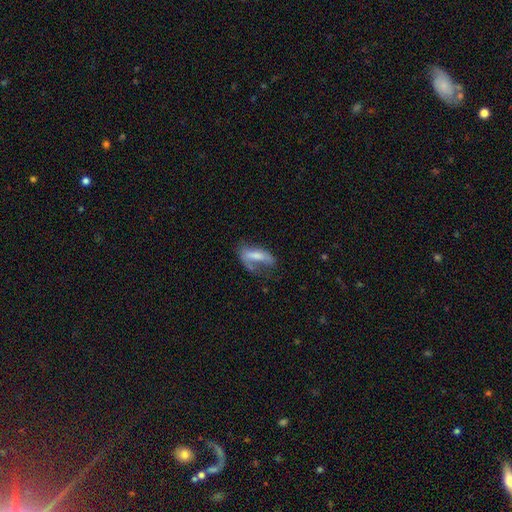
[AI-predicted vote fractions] This is possibly a smooth galaxy (53%). How rounded: likely in between (63%). Merging: marginally major disturbance (36%).